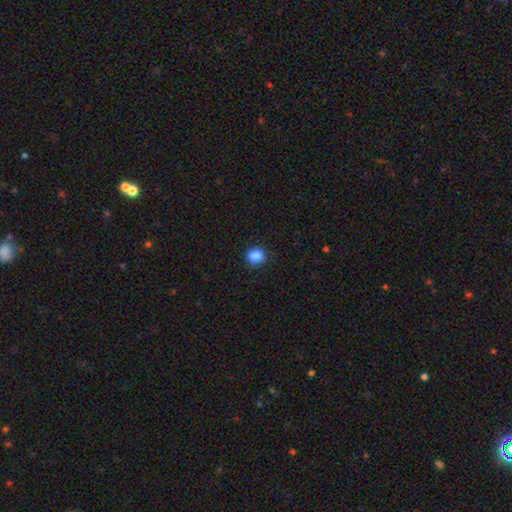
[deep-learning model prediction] Smooth or featured? Predicted: smooth (p=0.86). How rounded? Predicted: round (p=0.59). Merging? Predicted: none (p=0.83).